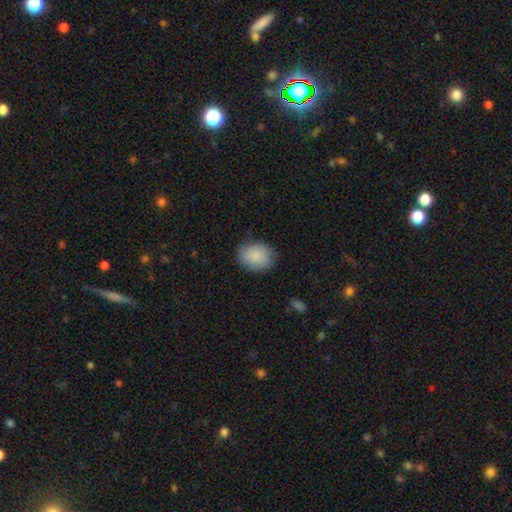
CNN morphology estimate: The model was most divided on "how rounded": in between: 65%, round: 34%, cigar-shaped: 1%. More confident: smooth or featured — smooth (86%); merging — none (76%).